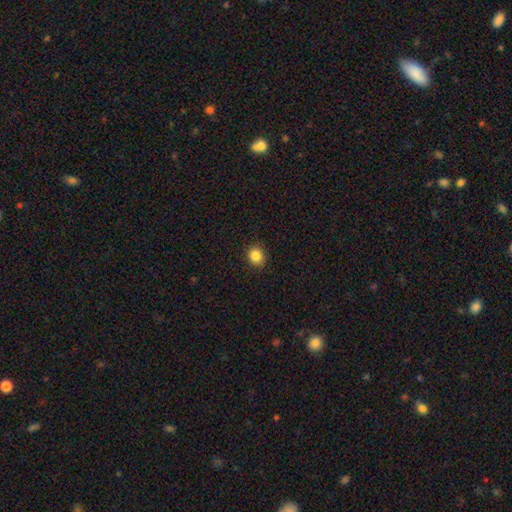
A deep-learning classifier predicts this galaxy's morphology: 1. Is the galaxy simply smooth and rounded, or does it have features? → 86% smooth, 10% star or artifact, 4% featured or disk.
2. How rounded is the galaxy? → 79% round, 20% in between, 1% cigar-shaped.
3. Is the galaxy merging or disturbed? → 90% none, 7% minor disturbance, 2% major disturbance, 1% merger.